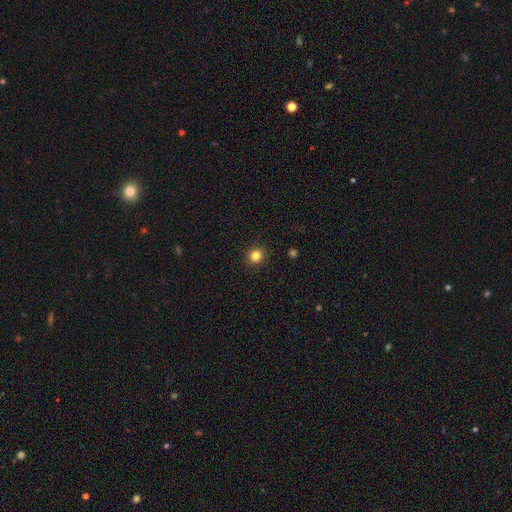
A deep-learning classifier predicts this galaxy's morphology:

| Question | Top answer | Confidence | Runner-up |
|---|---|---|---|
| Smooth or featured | smooth | 83% | star or artifact (12%) |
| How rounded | round | 92% | in between (7%) |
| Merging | none | 92% | minor disturbance (5%) |